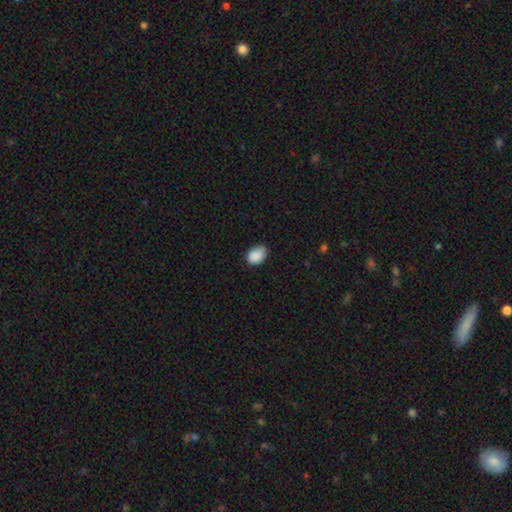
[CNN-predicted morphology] A smooth galaxy with no disk features (88%) that is in between round and cigar-shaped (76%). Merging: none (68%).